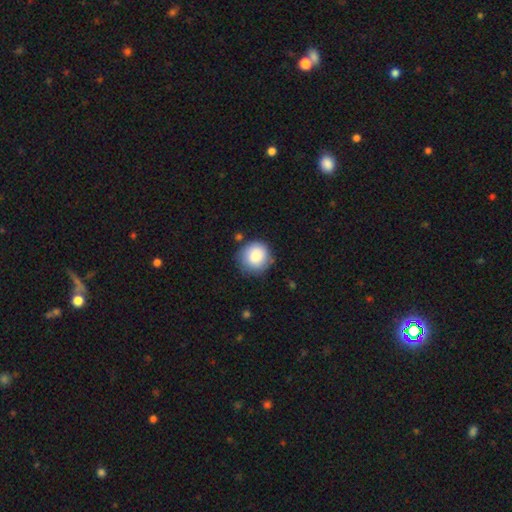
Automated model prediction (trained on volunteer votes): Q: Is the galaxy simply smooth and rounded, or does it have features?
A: smooth — 86%.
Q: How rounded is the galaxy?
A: round — 92%.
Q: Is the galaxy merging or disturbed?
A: none — 78%.